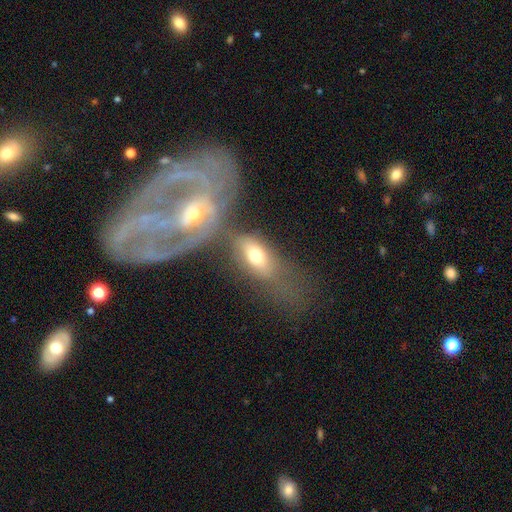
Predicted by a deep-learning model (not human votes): Smooth or featured: smooth — 59% (featured or disk — 32%)
How rounded: in between — 81% (cigar-shaped — 12%)
Merging: merger — 36% (tied with none — 36%)